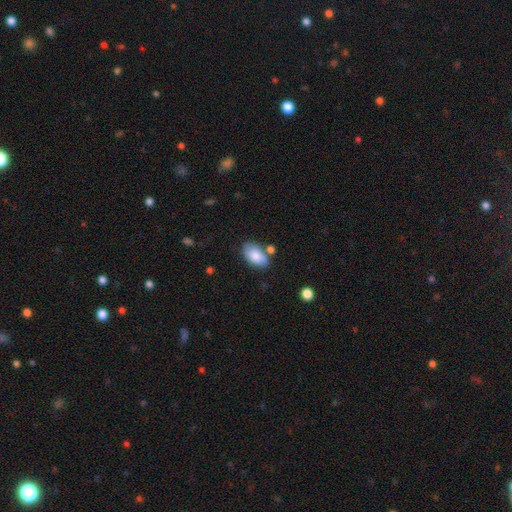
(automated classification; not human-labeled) smooth_or_featured: smooth (p=0.83) [alt: featured or disk p=0.10]
how_rounded: in between (p=0.94) [alt: round p=0.04]
merging: none (p=0.69) [alt: minor disturbance p=0.17]